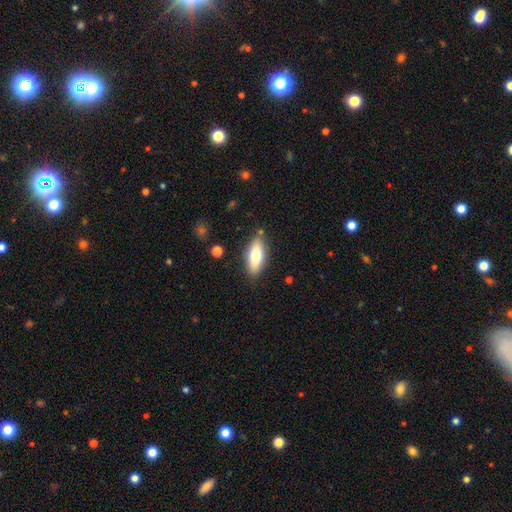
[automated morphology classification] A smooth galaxy with no disk features (69%) that is in between round and cigar-shaped (71%). Merging: none (84%).